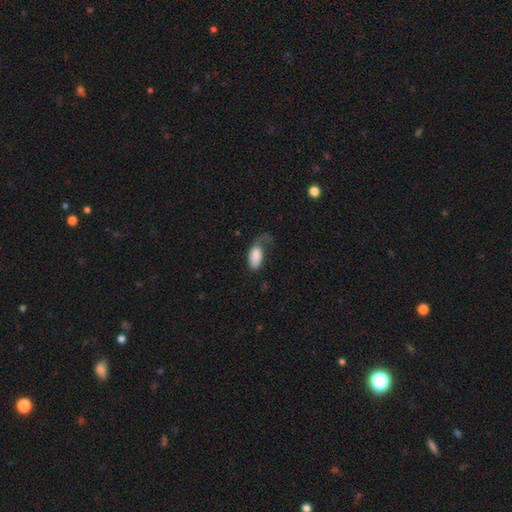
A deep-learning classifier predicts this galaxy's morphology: smooth_or_featured: smooth (p=0.79) [alt: featured or disk p=0.15]
how_rounded: in between (p=0.93) [alt: round p=0.04]
merging: major disturbance (p=0.49) [alt: none p=0.26]